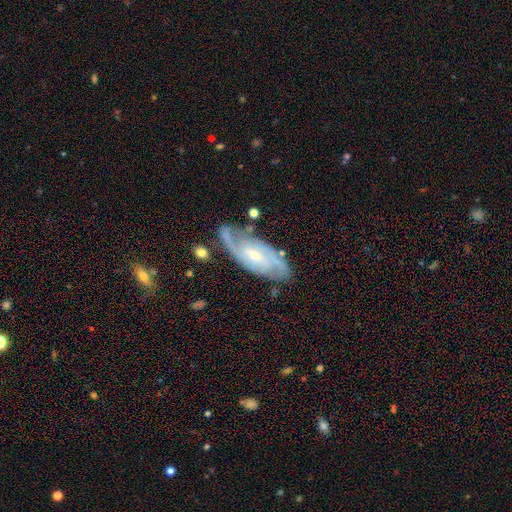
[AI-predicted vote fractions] A featured or disk galaxy (86%) with a weak bar (46%), 2 (58%) tight (44%) spiral arms (96%) and a small central bulge (59%).

Vote fractions:
- Smooth or featured? featured or disk: 86% / smooth: 9% / star or artifact: 5%
- Edge-on disk? no: 92% / yes: 8%
- Bar? weak: 46% / no: 40% / strong: 14%
- Spiral arms? yes: 96% / no: 4%
- Spiral winding? tight: 44% / medium: 43% / loose: 13%
- Spiral arm count? 2: 58% / can't tell: 17% / 3: 14% / 4: 4% / 1: 4% / more than 4: 3%
- Bulge size? small: 59% / moderate: 36% / none: 3% / large: 2% / dominant: 1%
- Merging? none: 71% / minor disturbance: 19% / major disturbance: 7% / merger: 3%